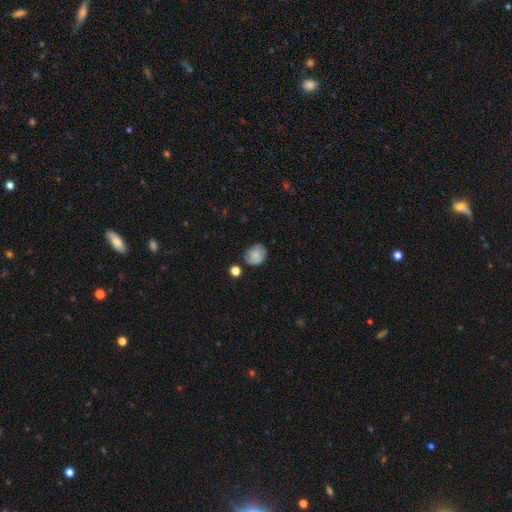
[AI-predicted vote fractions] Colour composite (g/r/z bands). It shows a smooth galaxy with no disk features (77%) that is round (58%). Merging: none (68%).